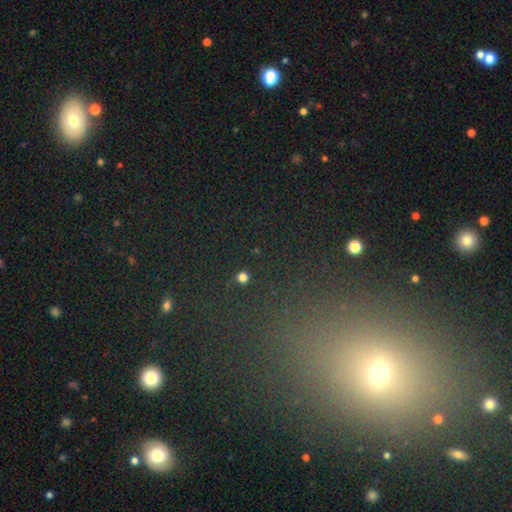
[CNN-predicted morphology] star or artifact 55%, smooth 33%, featured or disk 12%.